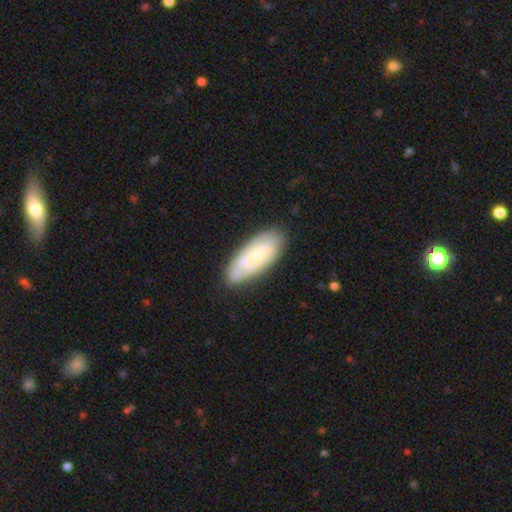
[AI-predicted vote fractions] Smooth or featured? Predicted: smooth (p=0.48). Merging? Predicted: none (p=0.74).